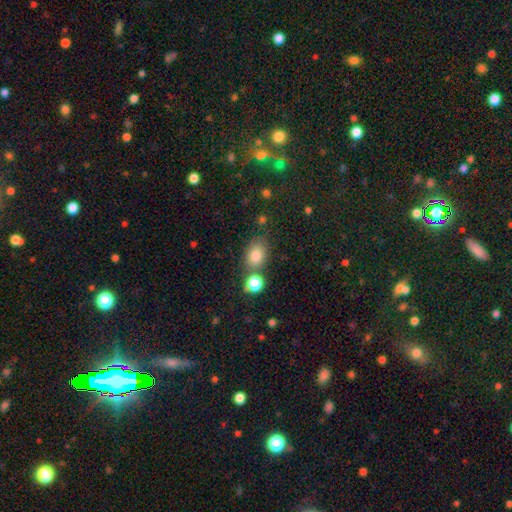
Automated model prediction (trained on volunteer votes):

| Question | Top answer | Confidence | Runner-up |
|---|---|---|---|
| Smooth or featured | smooth | 80% | star or artifact (12%) |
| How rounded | in between | 71% | round (28%) |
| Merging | none | 68% | minor disturbance (14%) |